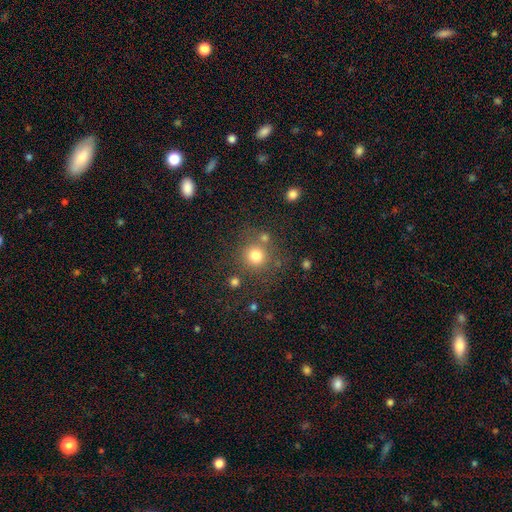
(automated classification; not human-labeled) Morphology: type=smooth (78%); roundness=round (92%); merging=none (75%).